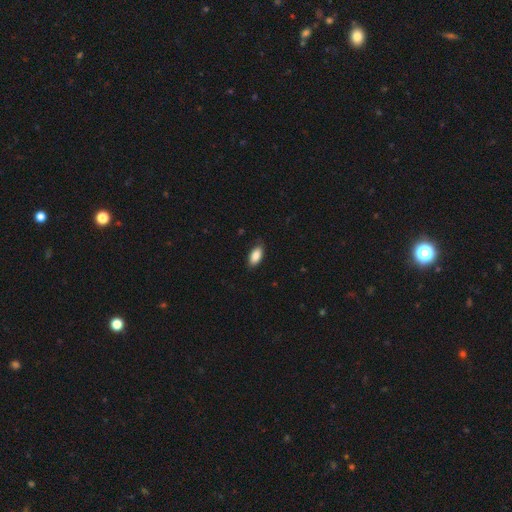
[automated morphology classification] The model was most divided on "merging": none: 81%, minor disturbance: 15%, major disturbance: 3%, merger: 1%. More confident: how rounded — in between (91%); smooth or featured — smooth (87%).